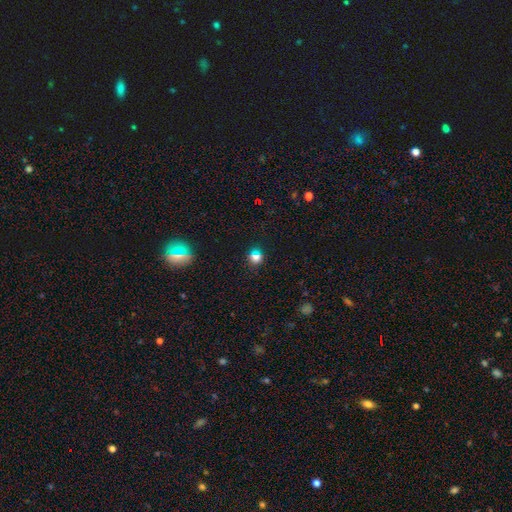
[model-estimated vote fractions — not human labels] This appears to be a smooth galaxy with no disk features (74%) that is round (83%). Merging: none (84%).